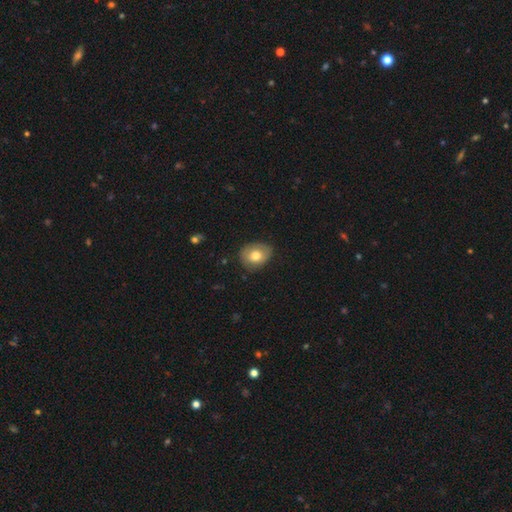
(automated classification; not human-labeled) The model was most divided on "how rounded": round: 52%, in between: 47%, cigar-shaped: 1%. More confident: merging — none (76%); smooth or featured — smooth (73%).